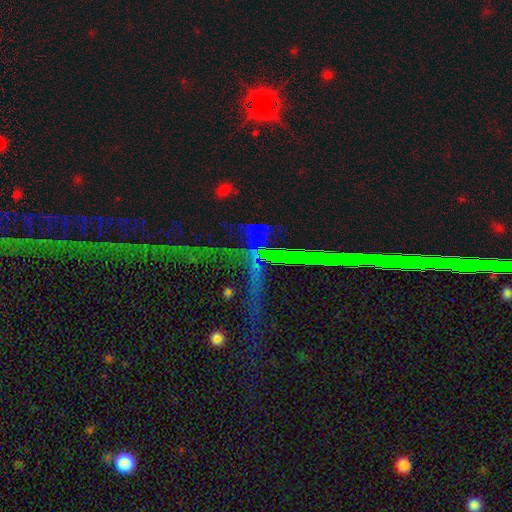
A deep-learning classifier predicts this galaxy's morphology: Overall: star or artifact (76%).